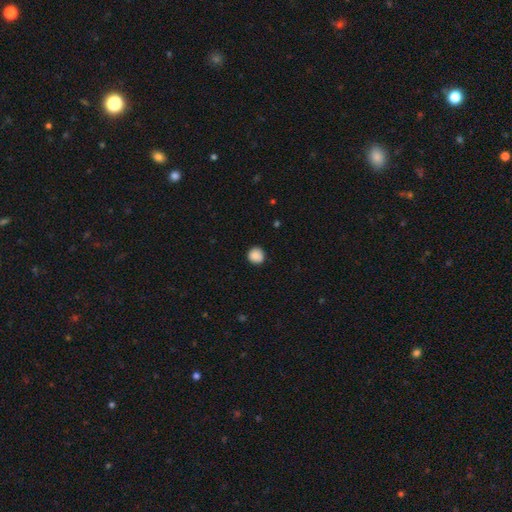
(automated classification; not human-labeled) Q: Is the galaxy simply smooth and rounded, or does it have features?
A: smooth — 88%.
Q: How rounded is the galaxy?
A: round — 92%.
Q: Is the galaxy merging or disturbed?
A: none — 89%.